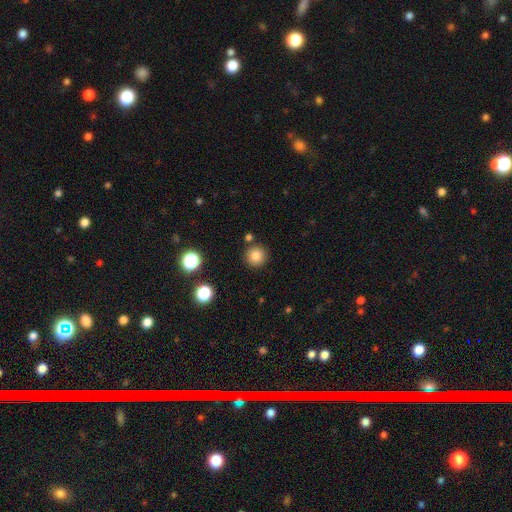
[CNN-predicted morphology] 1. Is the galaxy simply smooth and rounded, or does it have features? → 83% smooth, 12% star or artifact, 5% featured or disk.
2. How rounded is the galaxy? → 95% round, 4% in between, 1% cigar-shaped.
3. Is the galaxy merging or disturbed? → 87% none, 7% minor disturbance, 4% merger, 2% major disturbance.